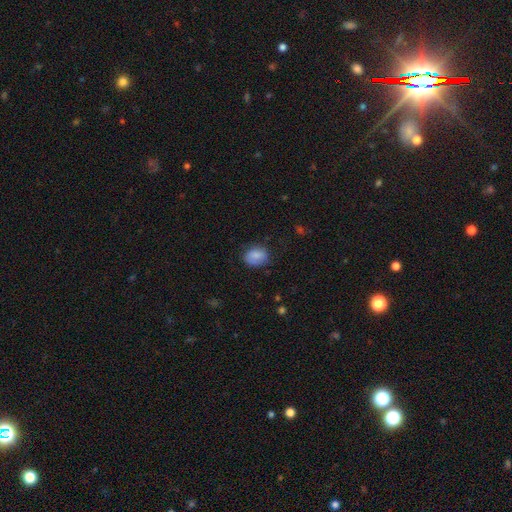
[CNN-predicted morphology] This is clearly a smooth galaxy (81%). How rounded: possibly in between (53%). Merging: likely none (71%).